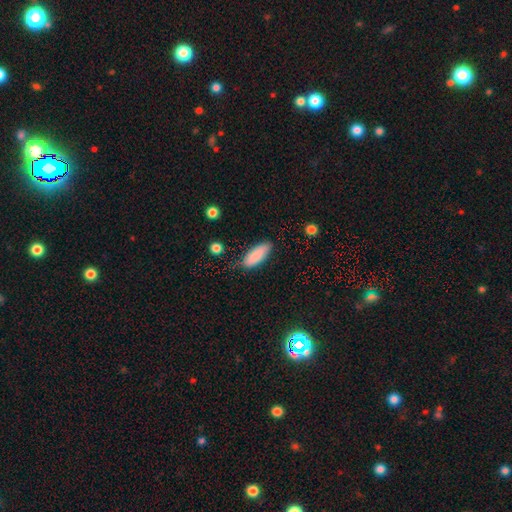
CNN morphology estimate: Smooth or featured? Predicted: smooth (p=0.88). How rounded? Predicted: in between (p=0.71). Merging? Predicted: none (p=0.80).